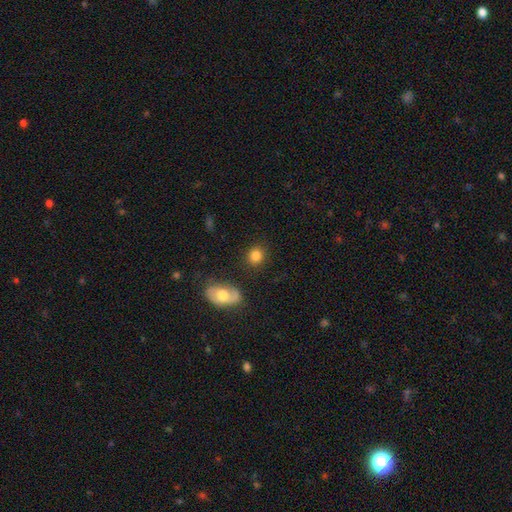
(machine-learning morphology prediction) Smooth or featured?
  - smooth: 83% *
  - star or artifact: 9%
  - featured or disk: 7%
How rounded?
  - round: 73% *
  - in between: 26%
  - cigar-shaped: 1%
Merging?
  - none: 85% *
  - minor disturbance: 9%
  - merger: 4%
  - major disturbance: 3%